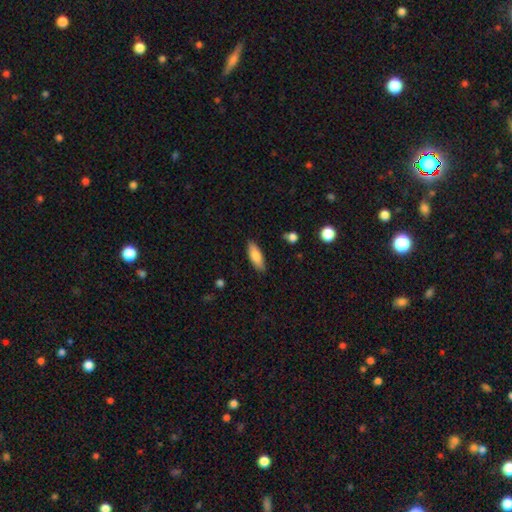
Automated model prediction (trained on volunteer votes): smooth 83%, featured or disk 11%, star or artifact 6%. Down the decision tree: how rounded — in between (62%); merging — none (87%).